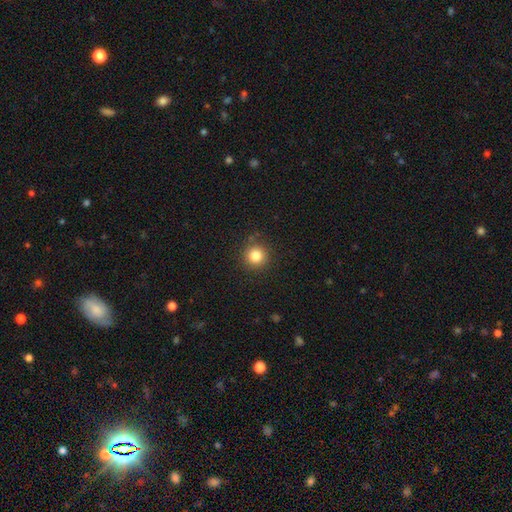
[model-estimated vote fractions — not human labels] This appears to be a smooth galaxy with no disk features (82%) that is round (95%). Merging: none (89%).